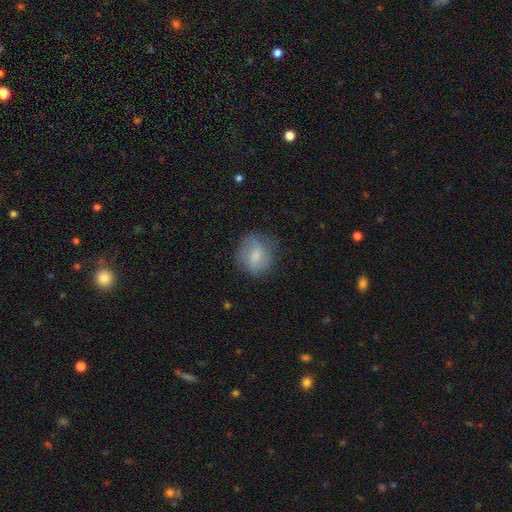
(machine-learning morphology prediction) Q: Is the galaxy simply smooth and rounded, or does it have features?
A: smooth — 66%.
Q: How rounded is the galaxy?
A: round — 72%.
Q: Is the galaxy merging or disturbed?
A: none — 69%.